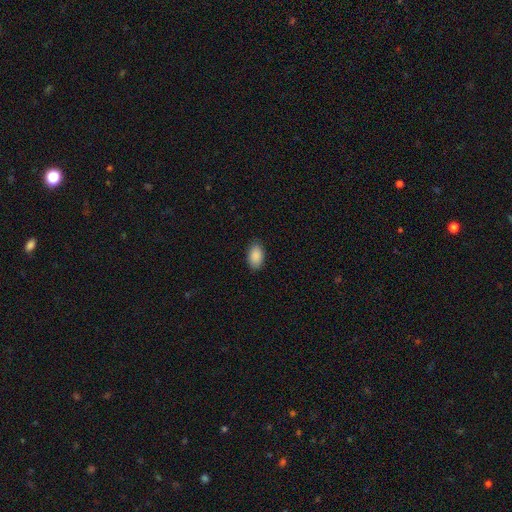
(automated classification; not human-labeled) This appears to be a smooth galaxy with no disk features (90%) that is in between round and cigar-shaped (94%). Merging: none (88%).